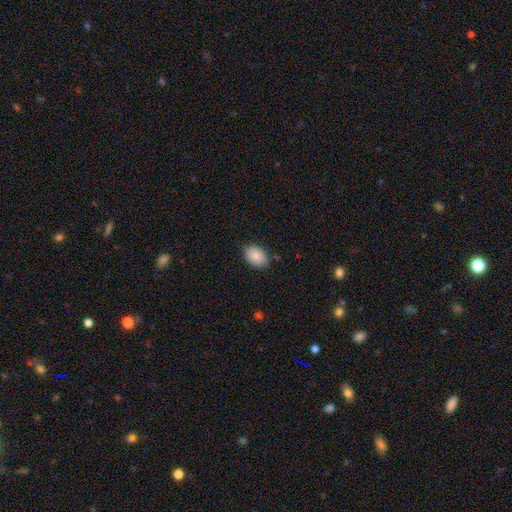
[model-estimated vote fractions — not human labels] Morphology: type=smooth (87%); roundness=in between (86%); merging=none (81%).